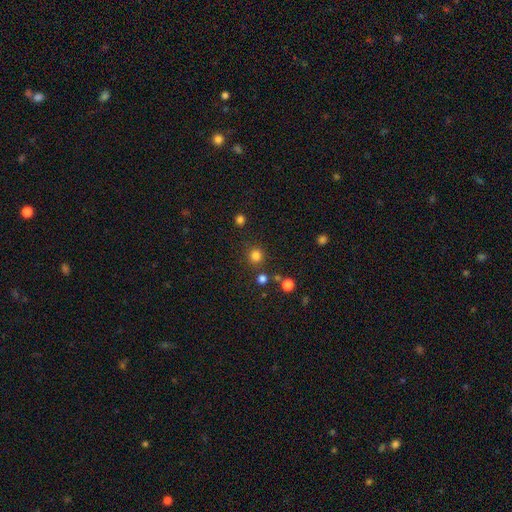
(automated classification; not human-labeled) This appears to be a smooth galaxy with no disk features (81%) that is round (93%). Merging: none (85%).